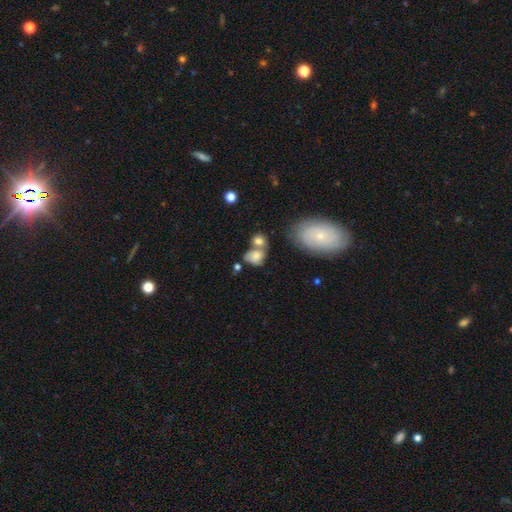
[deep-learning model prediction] The model was most divided on "how rounded": in between: 53%, round: 45%, cigar-shaped: 2%. Remaining: smooth or featured — smooth (71%); merging — merger (47%).